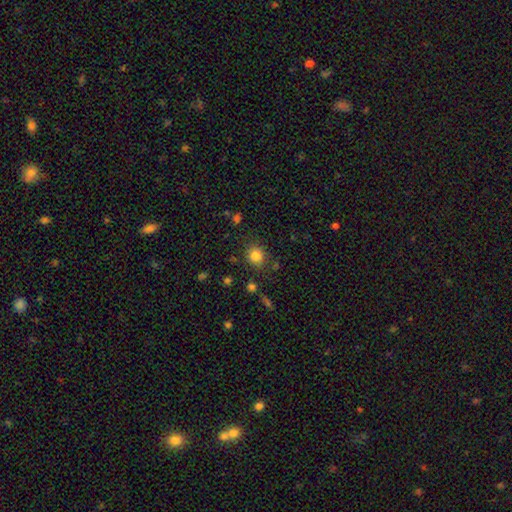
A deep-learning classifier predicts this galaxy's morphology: The model was most divided on "how rounded": round: 76%, in between: 23%, cigar-shaped: 1%. More confident: smooth or featured — smooth (82%); merging — none (81%).